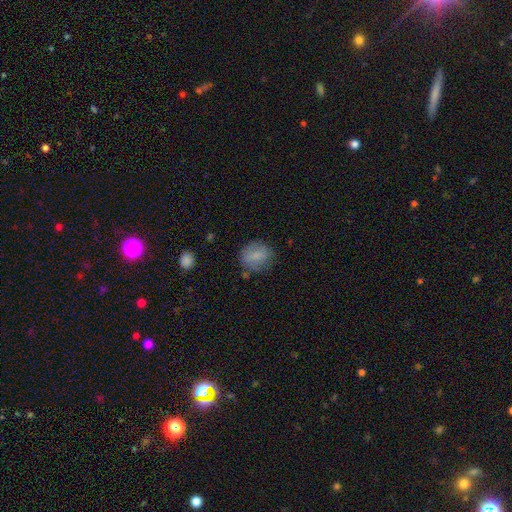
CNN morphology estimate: Q: Smooth or featured?
A: smooth (76%); runner-up: featured or disk (15%)
Q: How rounded?
A: round (66%); runner-up: in between (33%)
Q: Merging?
A: none (73%); runner-up: minor disturbance (18%)